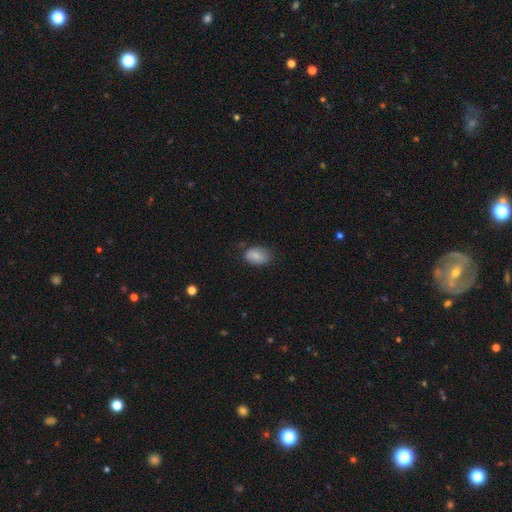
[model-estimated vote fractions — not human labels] This is clearly a smooth galaxy (83%). How rounded: clearly in between (85%). Merging: likely none (68%).